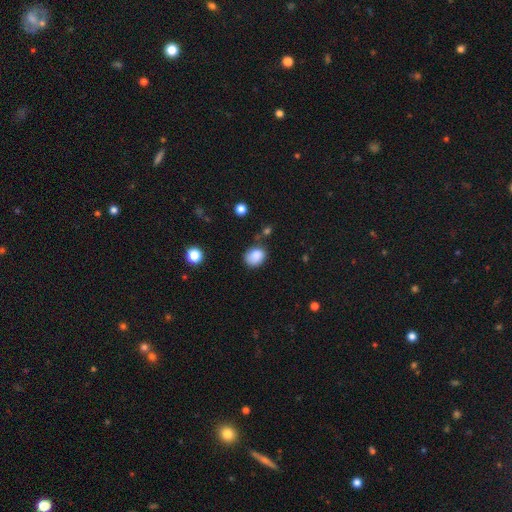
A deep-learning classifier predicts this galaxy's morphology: Smooth or featured? smooth (86%)
How rounded? in between (52%)
Merging? none (67%)